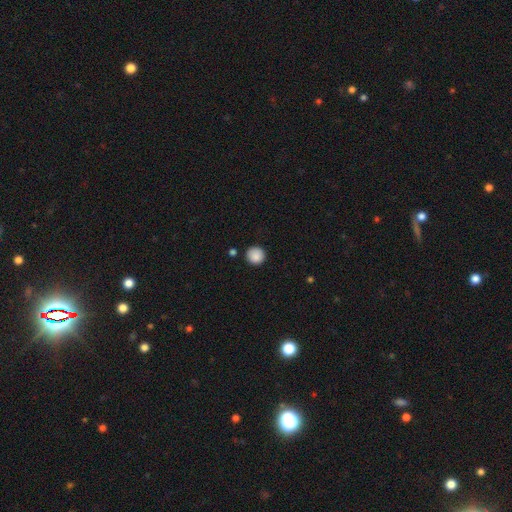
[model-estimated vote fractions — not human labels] smooth 88%, star or artifact 9%, featured or disk 3%. Down the decision tree: how rounded — round (93%); merging — none (87%).